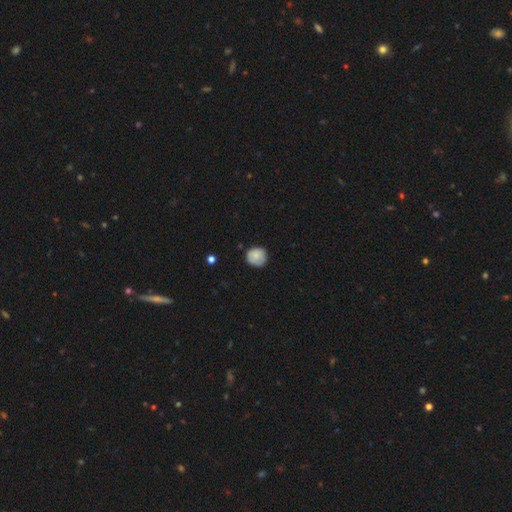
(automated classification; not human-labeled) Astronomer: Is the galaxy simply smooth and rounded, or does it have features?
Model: smooth — 79%.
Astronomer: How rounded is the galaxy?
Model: round — 89%.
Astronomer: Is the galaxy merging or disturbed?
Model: none — 74%.